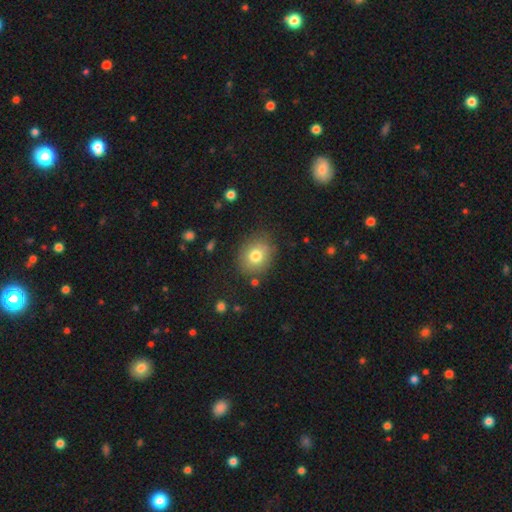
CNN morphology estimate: Smooth or featured? Predicted: smooth (p=0.77). How rounded? Predicted: round (p=0.66). Merging? Predicted: none (p=0.80).